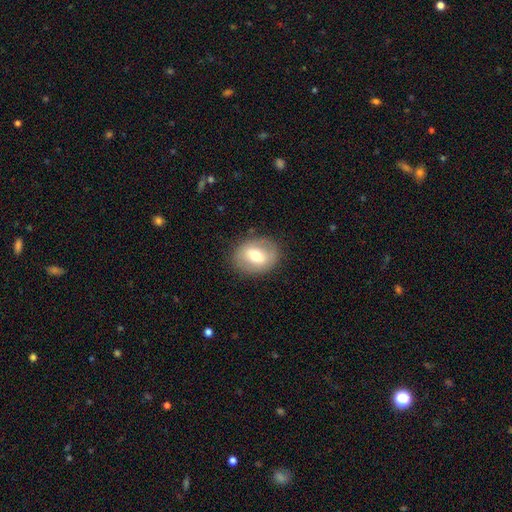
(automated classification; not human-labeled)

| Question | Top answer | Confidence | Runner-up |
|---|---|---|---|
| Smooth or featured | smooth | 59% | featured or disk (33%) |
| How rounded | in between | 54% | round (45%) |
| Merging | none | 83% | minor disturbance (12%) |